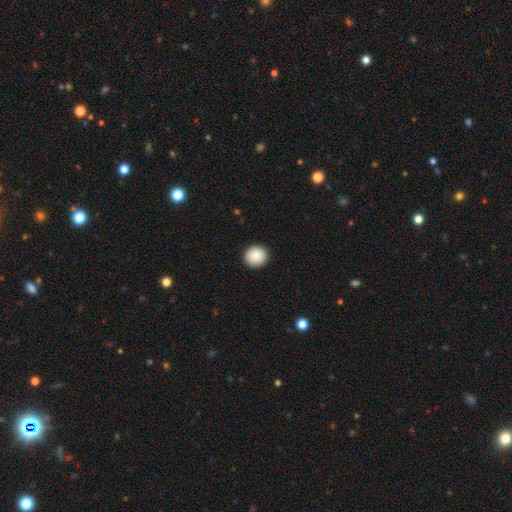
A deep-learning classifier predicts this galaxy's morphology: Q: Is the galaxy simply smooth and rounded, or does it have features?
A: smooth — 86%.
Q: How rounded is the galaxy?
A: round — 93%.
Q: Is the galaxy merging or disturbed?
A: none — 92%.